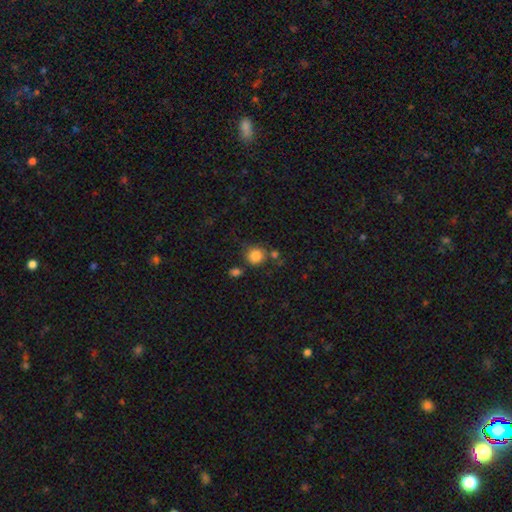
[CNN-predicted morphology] smooth-or-featured: smooth: 83% | star or artifact: 11% | featured or disk: 6%
  how-rounded: round: 89% | in between: 10% | cigar-shaped: 1%
  merging: none: 73% | minor disturbance: 12% | merger: 11% | major disturbance: 4%